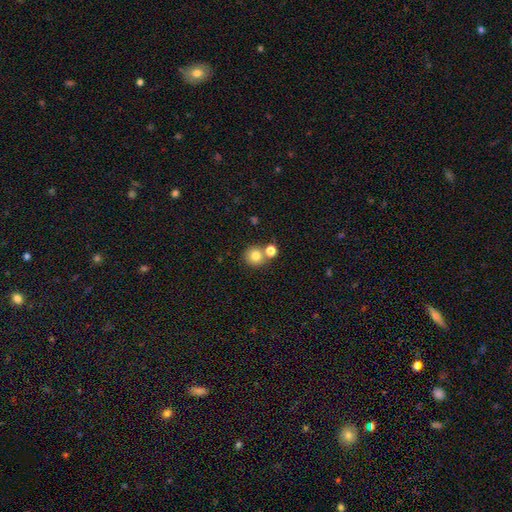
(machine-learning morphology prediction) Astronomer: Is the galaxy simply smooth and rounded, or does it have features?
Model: smooth — 79%.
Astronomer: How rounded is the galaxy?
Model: round — 89%.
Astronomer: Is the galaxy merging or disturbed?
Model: none — 60%.